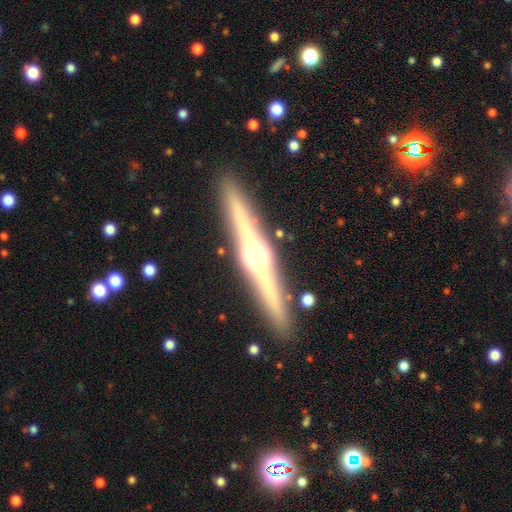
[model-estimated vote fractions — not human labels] Overall: featured or disk (82%). Edge-on disk: yes (98%). Edge-on bulge: rounded (82%). Merging: none (91%).